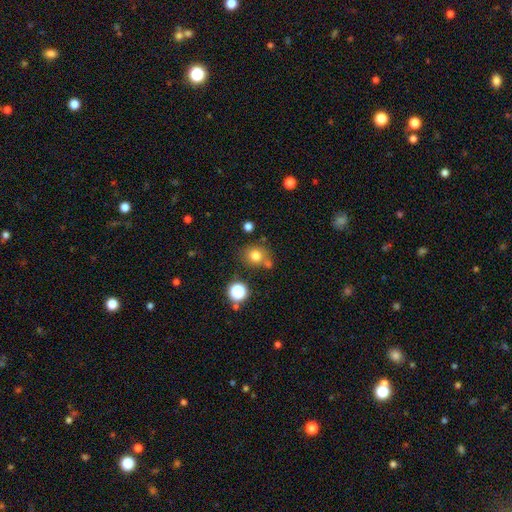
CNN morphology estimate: Smooth or featured? Predicted: smooth (p=0.76). How rounded? Predicted: round (p=0.81). Merging? Predicted: none (p=0.68).